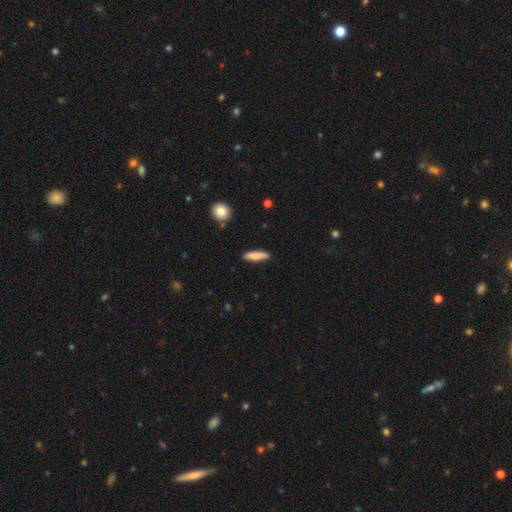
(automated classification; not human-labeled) Smooth or featured? Predicted: smooth (p=0.81). How rounded? Predicted: cigar-shaped (p=0.77). Merging? Predicted: none (p=0.87).